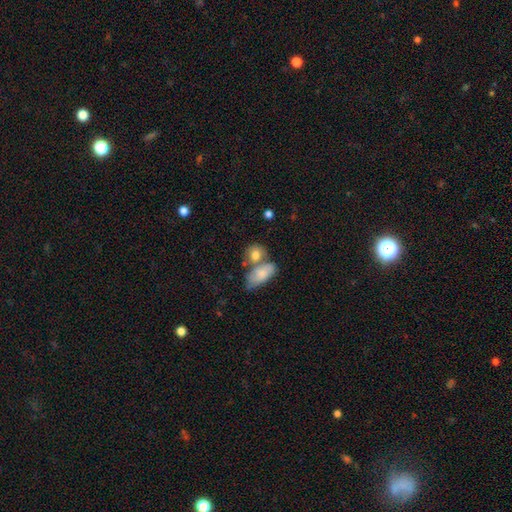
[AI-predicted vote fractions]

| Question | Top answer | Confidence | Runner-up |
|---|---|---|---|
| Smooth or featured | smooth | 76% | featured or disk (15%) |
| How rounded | in between | 56% | round (39%) |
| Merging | merger | 41% | none (40%) |